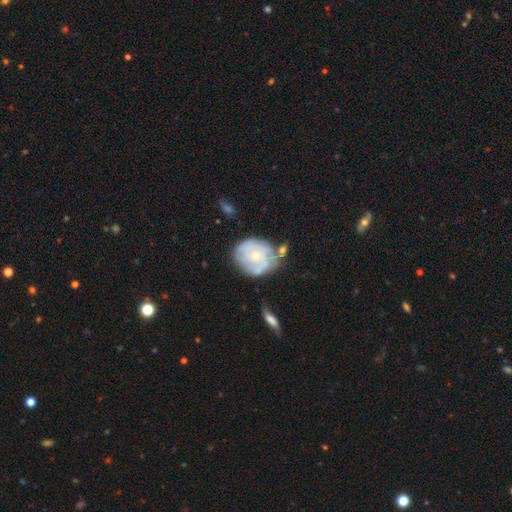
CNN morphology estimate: featured or disk 69%, smooth 25%, star or artifact 6%. Down the decision tree: edge-on disk — no (97%); bar — no (82%); spiral arms — yes (73%); bulge size — small (65%); merging — none (52%).